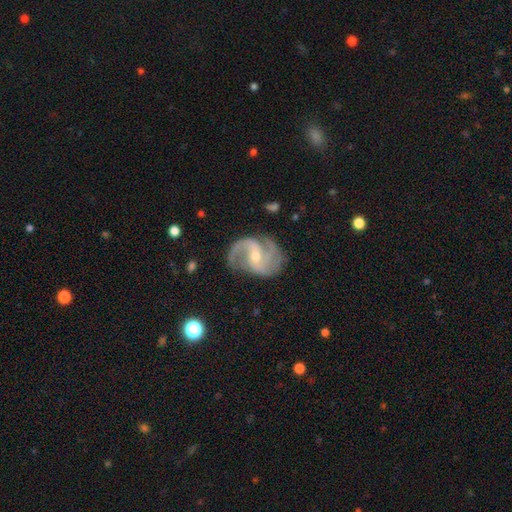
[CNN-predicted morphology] Smooth or featured? featured or disk (90%)
Edge-on disk? no (98%)
Bar? weak (44%)
Spiral arms? yes (97%)
Spiral winding? medium (52%)
Spiral arm count? 2 (67%)
Bulge size? small (57%)
Merging? none (71%)